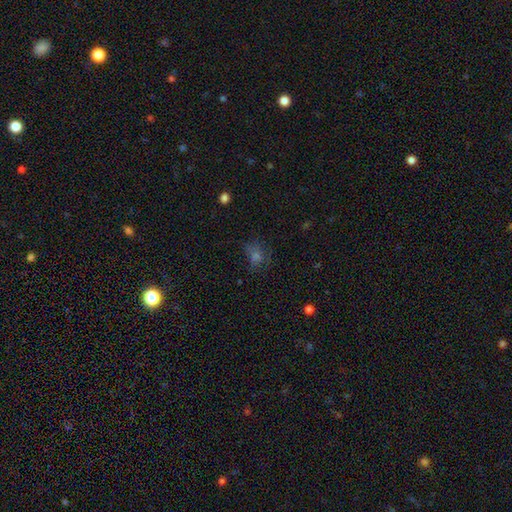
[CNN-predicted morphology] smooth 47%, star or artifact 36%, featured or disk 17%. Down the decision tree: merging — none (63%).